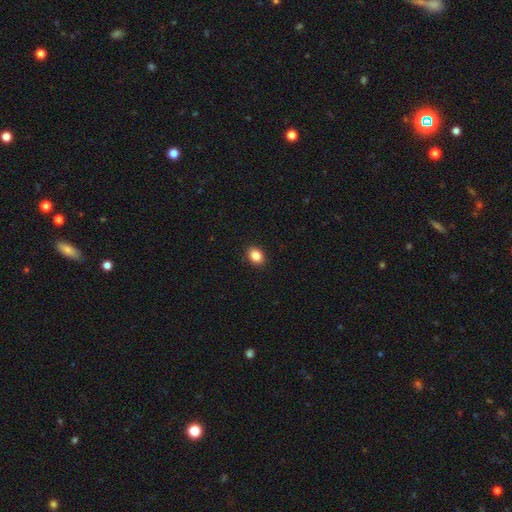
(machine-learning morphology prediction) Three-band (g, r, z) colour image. It shows a smooth galaxy with no disk features (86%) that is in between round and cigar-shaped (60%). Merging: none (91%).